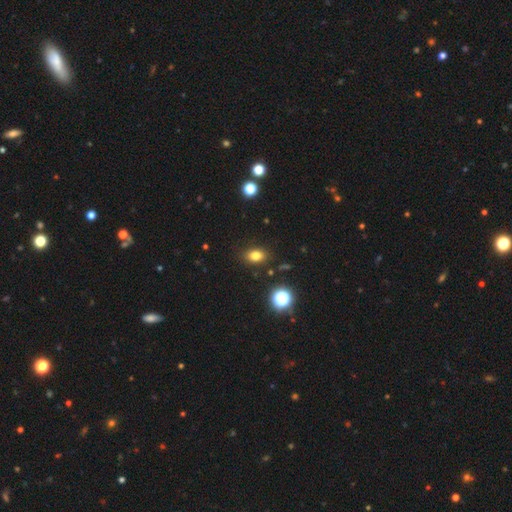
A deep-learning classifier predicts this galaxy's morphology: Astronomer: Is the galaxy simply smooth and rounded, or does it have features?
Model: smooth — 78%.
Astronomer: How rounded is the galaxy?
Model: in between — 76%.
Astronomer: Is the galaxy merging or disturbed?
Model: none — 87%.